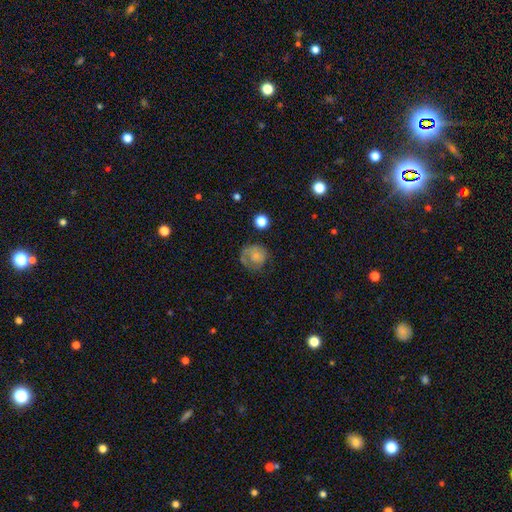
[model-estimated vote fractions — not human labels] The model was most divided on "smooth or featured": smooth: 59%, featured or disk: 32%, star or artifact: 10%. More confident: how rounded — round (84%); merging — none (56%).